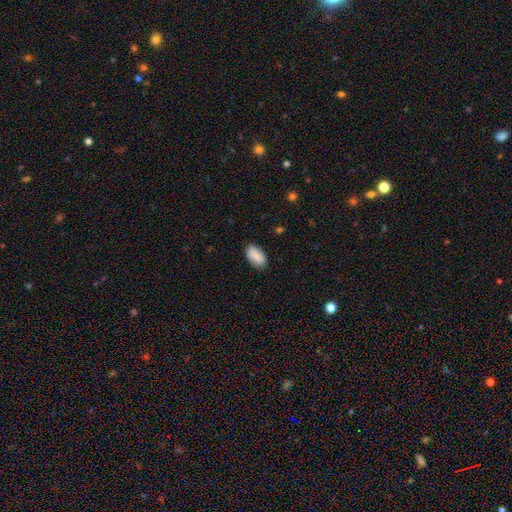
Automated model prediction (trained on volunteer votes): smooth 88%, star or artifact 7%, featured or disk 6%. Down the decision tree: how rounded — in between (94%); merging — none (83%).